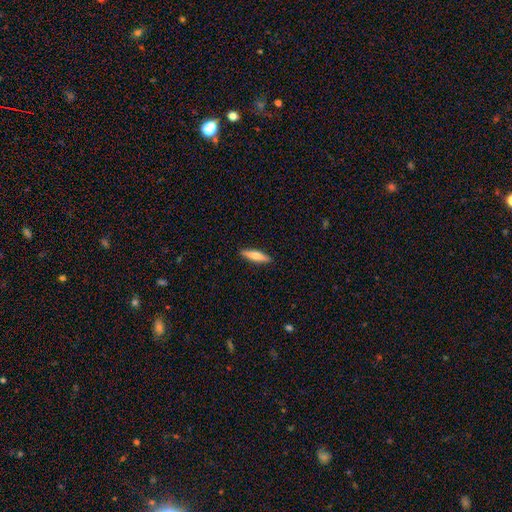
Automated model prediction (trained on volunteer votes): Smooth or featured? Predicted: smooth (p=0.63). How rounded? Predicted: cigar-shaped (p=0.78). Merging? Predicted: none (p=0.91).